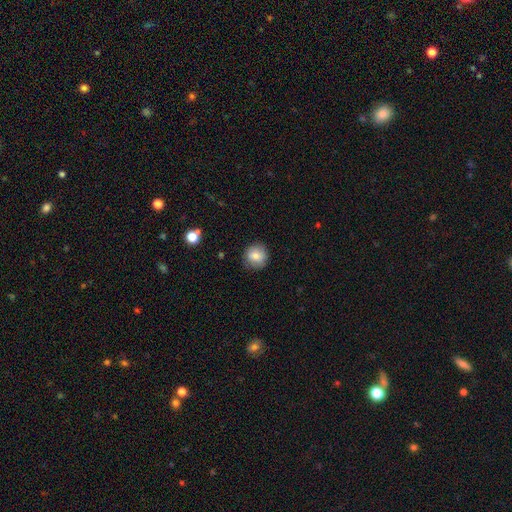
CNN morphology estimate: This is likely a smooth galaxy (78%). How rounded: clearly round (91%). Merging: clearly none (86%).